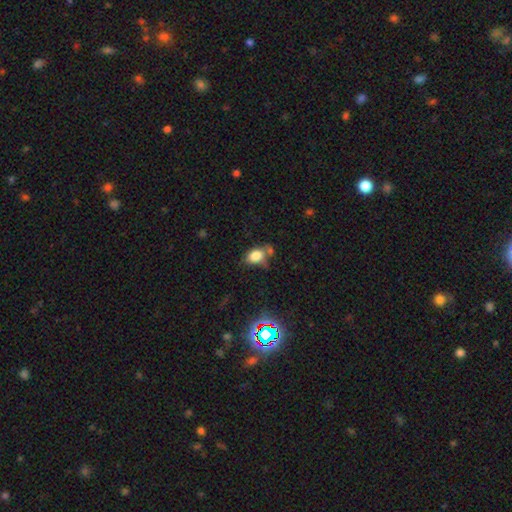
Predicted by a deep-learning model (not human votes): The model was most divided on "merging": none: 50%, minor disturbance: 24%, merger: 18%, major disturbance: 9%. More confident: smooth or featured — smooth (78%); how rounded — in between (78%).